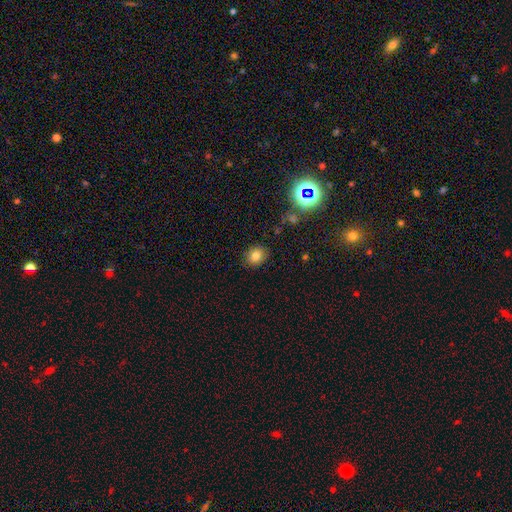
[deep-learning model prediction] Q: Smooth or featured?
A: smooth (79%); runner-up: star or artifact (13%)
Q: How rounded?
A: round (63%); runner-up: in between (36%)
Q: Merging?
A: none (87%); runner-up: minor disturbance (9%)